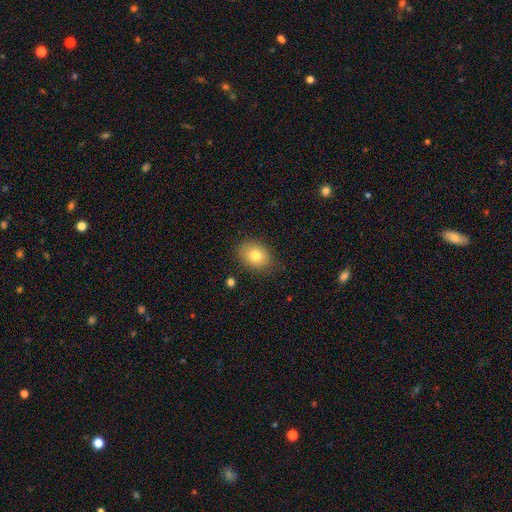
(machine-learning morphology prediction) type=smooth (78%); roundness=in between (61%); merging=none (82%).